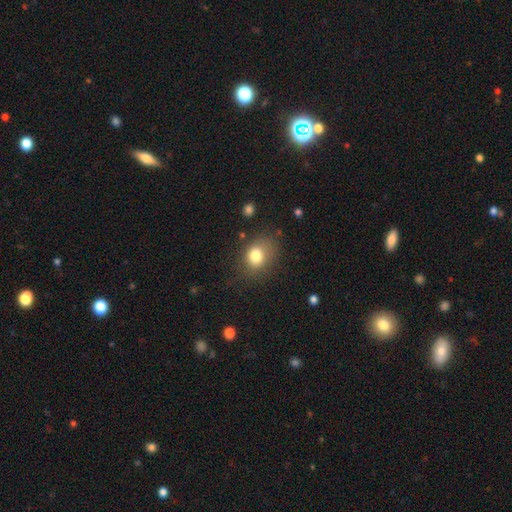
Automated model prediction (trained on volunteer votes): Overall: smooth (79%). How rounded: round (51%; in between 48%). Merging: none (67%).